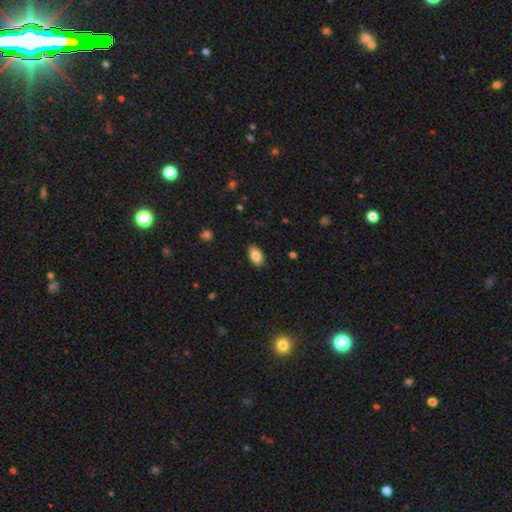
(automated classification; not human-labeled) This appears to be a smooth galaxy with no disk features (85%) that is in between round and cigar-shaped (93%). Merging: none (88%).